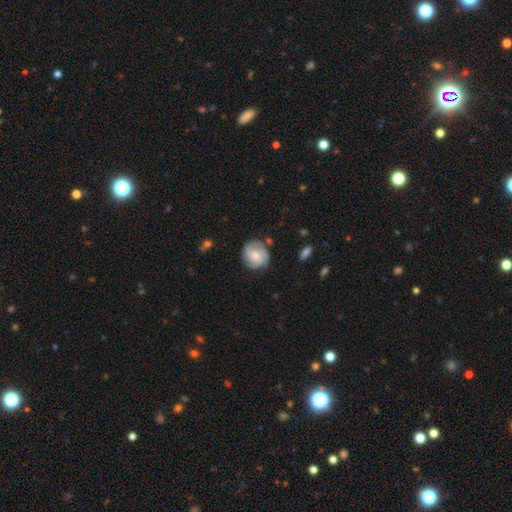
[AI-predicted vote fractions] Overall: smooth (47%; featured or disk 46%). Merging: none (74%).